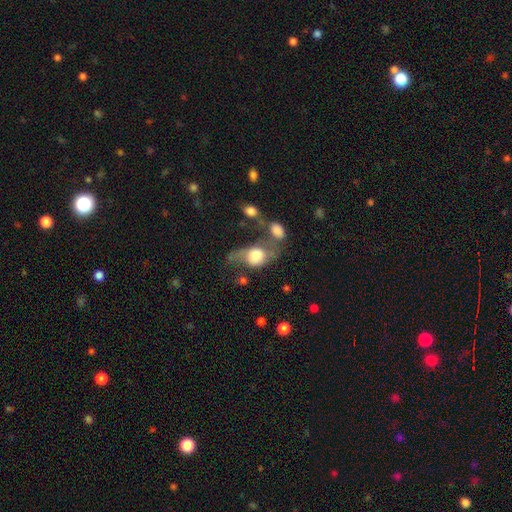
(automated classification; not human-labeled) Morphology: type=smooth (60%); roundness=in between (65%); merging=major disturbance (30%).